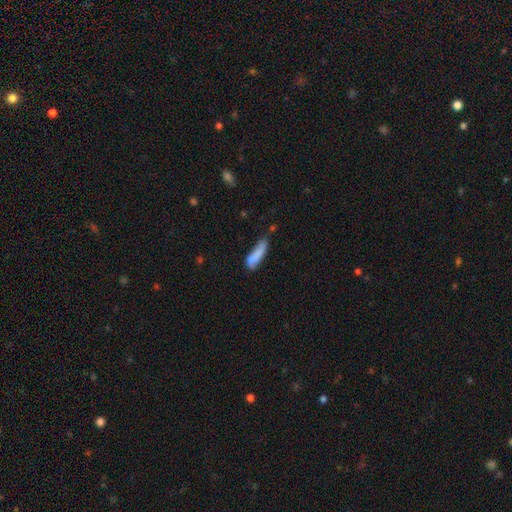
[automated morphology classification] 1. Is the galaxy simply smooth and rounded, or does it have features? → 81% smooth, 13% featured or disk, 7% star or artifact.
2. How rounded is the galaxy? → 68% cigar-shaped, 30% in between, 2% round.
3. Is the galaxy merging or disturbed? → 46% none, 34% minor disturbance, 11% major disturbance, 9% merger.